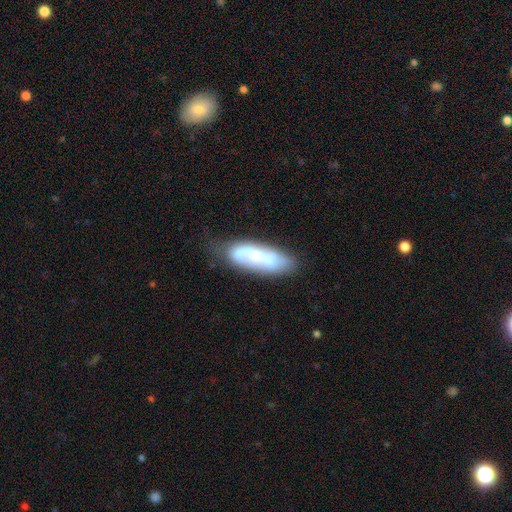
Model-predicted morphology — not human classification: Smooth or featured?
  - featured or disk: 48% *
  - smooth: 44%
  - star or artifact: 7%
Merging?
  - none: 56% *
  - minor disturbance: 25%
  - major disturbance: 11%
  - merger: 8%